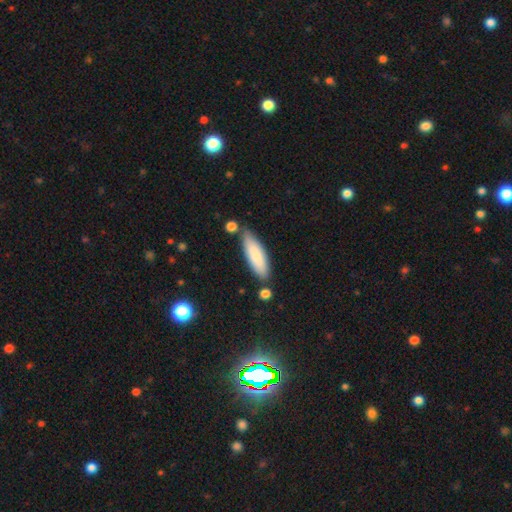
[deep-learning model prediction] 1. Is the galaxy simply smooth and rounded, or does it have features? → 82% smooth, 13% featured or disk, 6% star or artifact.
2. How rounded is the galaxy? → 50% cigar-shaped, 49% in between, 1% round.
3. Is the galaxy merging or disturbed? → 75% none, 15% minor disturbance, 7% merger, 3% major disturbance.